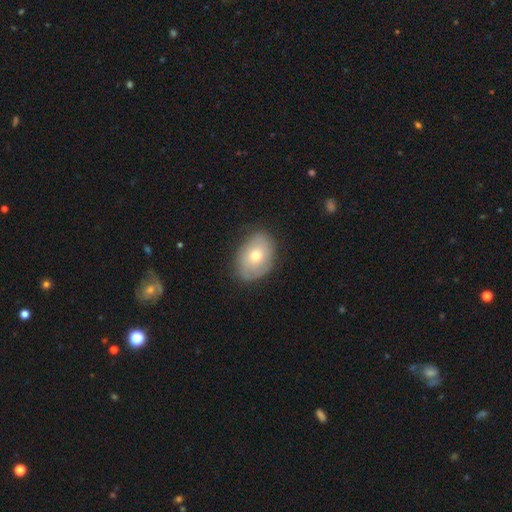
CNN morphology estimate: smooth-or-featured: smooth: 59% | featured or disk: 33% | star or artifact: 7%
  how-rounded: in between: 77% | round: 22% | cigar-shaped: 1%
  merging: none: 77% | minor disturbance: 17% | major disturbance: 4% | merger: 1%